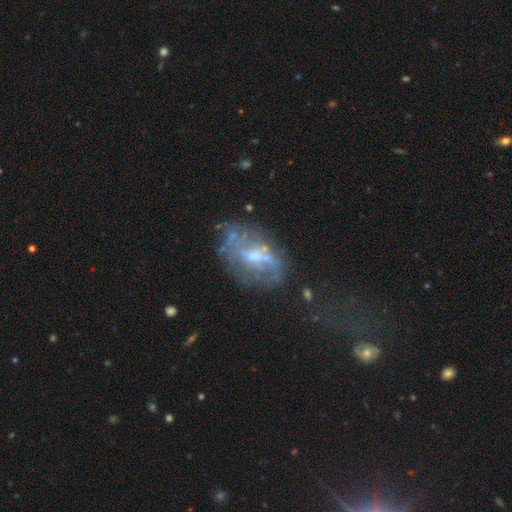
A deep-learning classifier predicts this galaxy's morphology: Smooth or featured: featured or disk — 68% (smooth — 21%)
Edge-on disk: no — 95% (yes — 5%)
Bar: no — 47% (weak — 40%)
Spiral arms: no — 55% (yes — 45%)
Bulge size: moderate — 45% (small — 31%)
Merging: none — 48% (major disturbance — 22%)